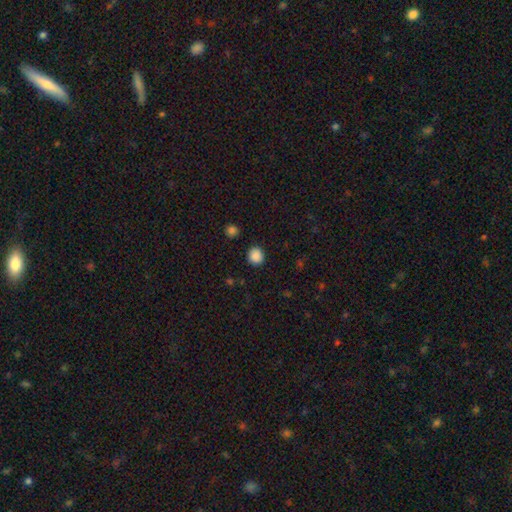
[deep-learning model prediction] Smooth or featured: smooth — 87% (star or artifact — 10%)
How rounded: round — 88% (in between — 12%)
Merging: none — 90% (minor disturbance — 7%)